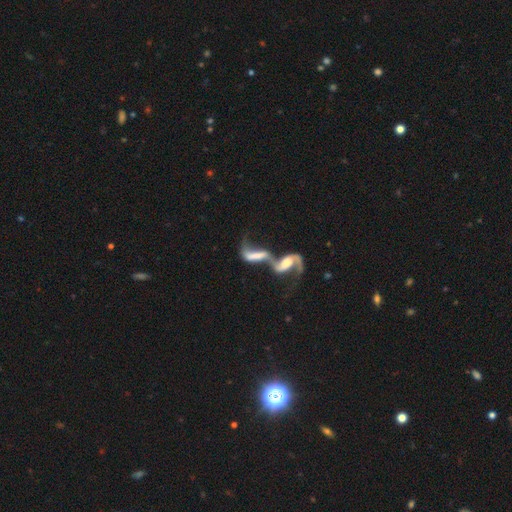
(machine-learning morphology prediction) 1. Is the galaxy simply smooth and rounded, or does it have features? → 66% featured or disk, 25% smooth, 8% star or artifact.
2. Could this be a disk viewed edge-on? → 88% no, 12% yes.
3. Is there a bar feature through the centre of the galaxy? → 39% no, 33% strong, 28% weak.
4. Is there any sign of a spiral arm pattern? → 74% yes, 26% no.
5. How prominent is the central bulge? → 33% none, 26% moderate, 19% large, 17% small, 5% dominant.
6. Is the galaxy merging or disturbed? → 77% merger, 11% major disturbance, 8% none, 4% minor disturbance.